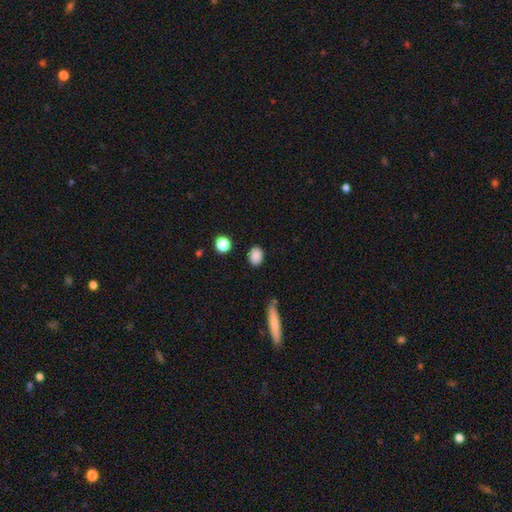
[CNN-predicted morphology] This appears to be a smooth galaxy with no disk features (87%) that is in between round and cigar-shaped (64%). Merging: none (86%).